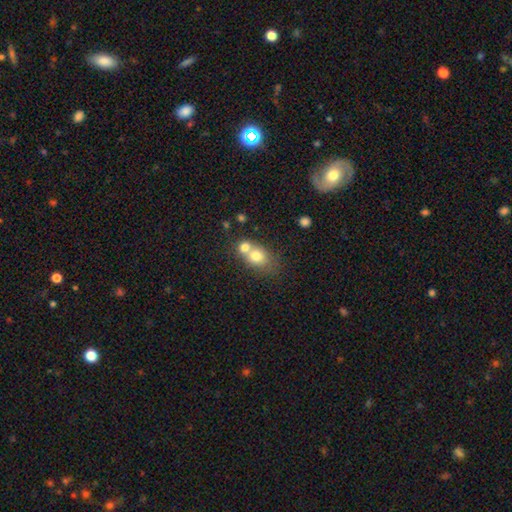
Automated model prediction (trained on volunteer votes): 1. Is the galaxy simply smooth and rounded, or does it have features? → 74% smooth, 16% featured or disk, 10% star or artifact.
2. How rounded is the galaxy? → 54% round, 45% in between, 2% cigar-shaped.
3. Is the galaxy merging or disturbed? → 57% merger, 30% none, 8% minor disturbance, 4% major disturbance.